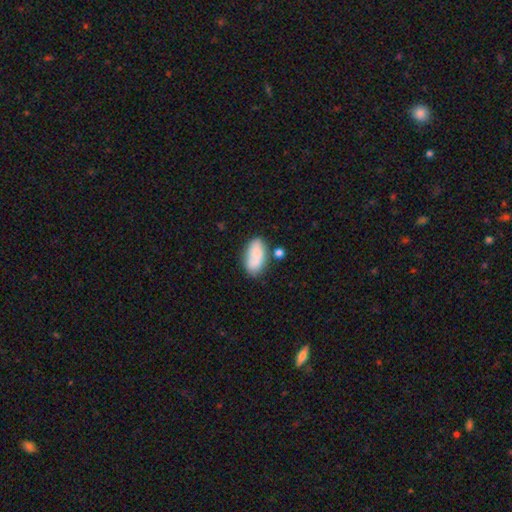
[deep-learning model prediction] smooth-or-featured: smooth: 77% | featured or disk: 16% | star or artifact: 7%
  how-rounded: in between: 92% | round: 4% | cigar-shaped: 4%
  merging: none: 58% | minor disturbance: 21% | merger: 14% | major disturbance: 6%